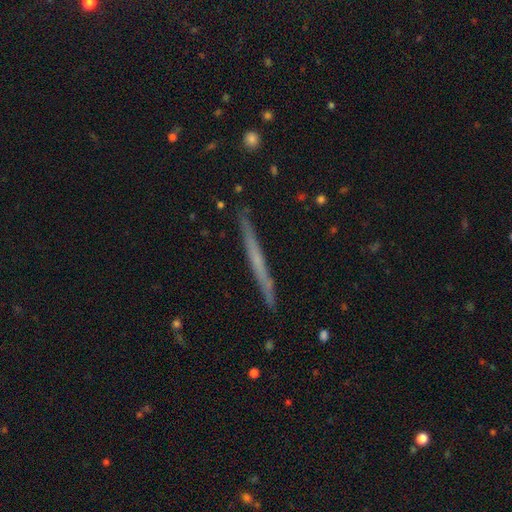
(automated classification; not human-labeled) This is possibly a featured or disk galaxy (56%). It is clearly viewed edge-on (97%). Edge-on bulge: clearly none (84%). Merging: clearly none (90%).